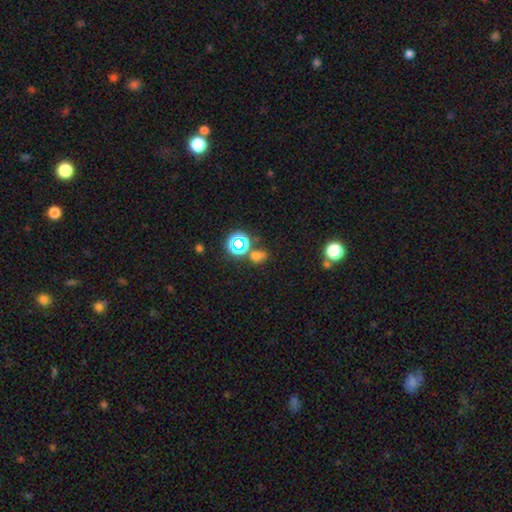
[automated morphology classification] Smooth or featured?
  - smooth: 53% *
  - star or artifact: 37%
  - featured or disk: 9%
How rounded?
  - round: 57% *
  - in between: 41%
  - cigar-shaped: 2%
Merging?
  - none: 60% *
  - merger: 21%
  - minor disturbance: 13%
  - major disturbance: 7%